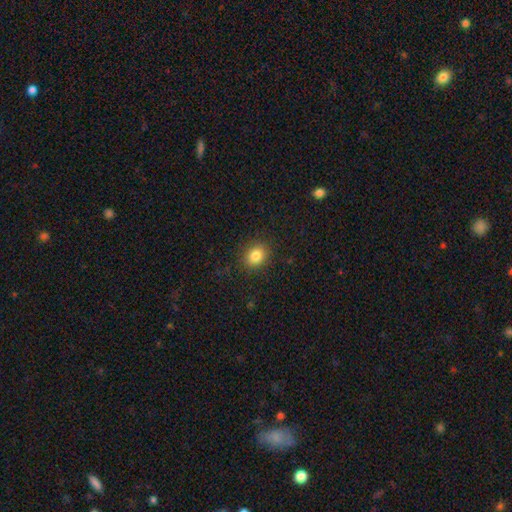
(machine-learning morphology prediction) smooth 84%, star or artifact 11%, featured or disk 6%. Down the decision tree: how rounded — round (62%); merging — none (89%).